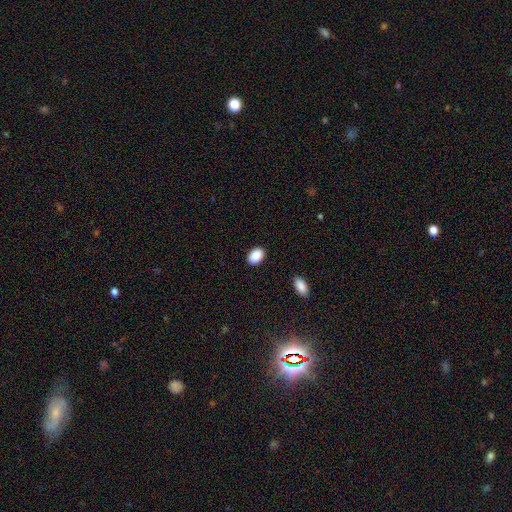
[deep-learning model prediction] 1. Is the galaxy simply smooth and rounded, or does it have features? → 90% smooth, 7% star or artifact, 3% featured or disk.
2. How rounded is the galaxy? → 79% in between, 20% round, 1% cigar-shaped.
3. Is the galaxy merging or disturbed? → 88% none, 8% minor disturbance, 2% major disturbance, 1% merger.